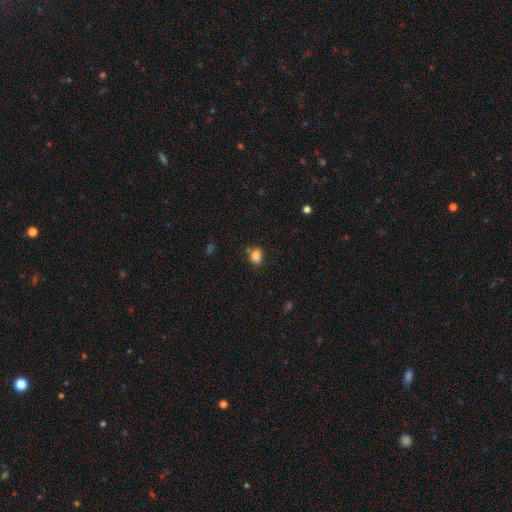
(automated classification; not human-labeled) Overall: smooth (85%). How rounded: in between (57%; round 42%). Merging: none (77%).